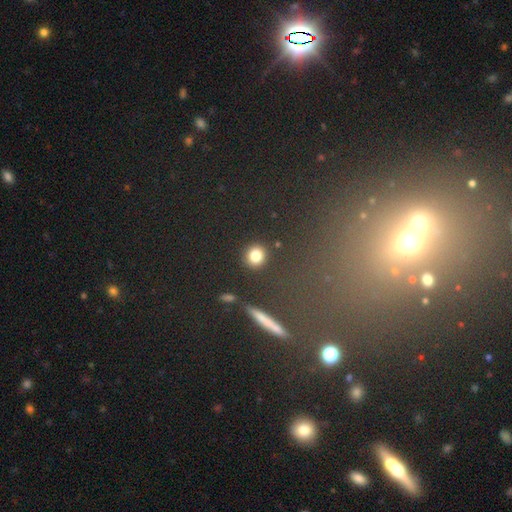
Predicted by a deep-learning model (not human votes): Smooth or featured?
  - smooth: 82% *
  - star or artifact: 12%
  - featured or disk: 6%
How rounded?
  - round: 86% *
  - in between: 12%
  - cigar-shaped: 2%
Merging?
  - none: 89% *
  - minor disturbance: 6%
  - merger: 3%
  - major disturbance: 2%